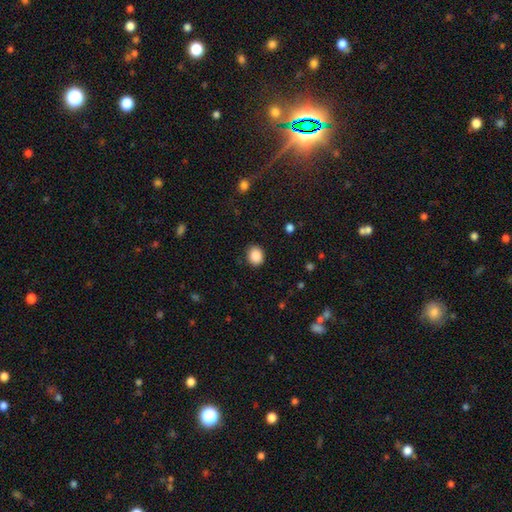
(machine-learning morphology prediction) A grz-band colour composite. It shows a smooth galaxy with no disk features (88%) that is round (64%). Merging: none (88%).